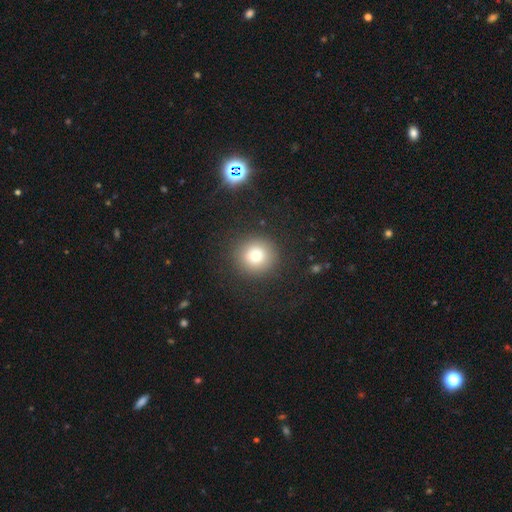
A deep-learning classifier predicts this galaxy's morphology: smooth_or_featured: smooth (p=0.72) [alt: star or artifact p=0.15]
how_rounded: round (p=0.94) [alt: in between p=0.05]
merging: none (p=0.87) [alt: minor disturbance p=0.07]